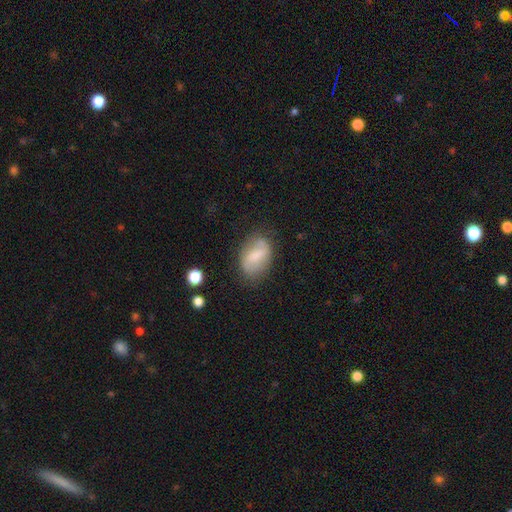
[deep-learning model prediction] This is possibly a smooth galaxy (54%). How rounded: clearly in between (85%). Merging: likely none (66%).